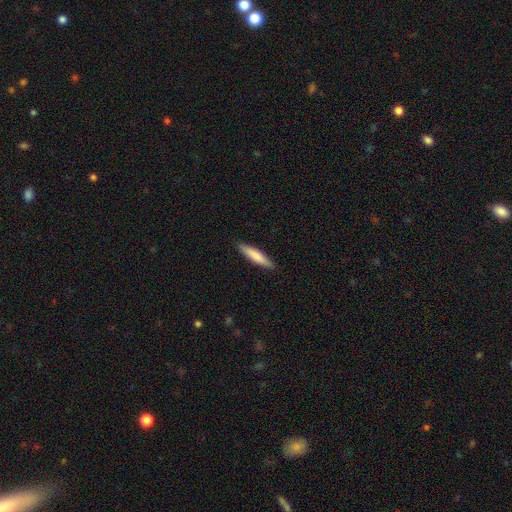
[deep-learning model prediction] This appears to be a smooth galaxy with no disk features (78%) that is cigar-shaped (86%). Merging: none (90%).